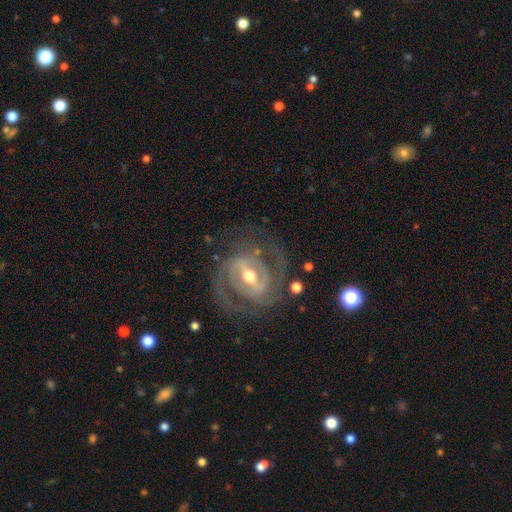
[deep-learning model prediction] smooth-or-featured: featured or disk: 81% | star or artifact: 11% | smooth: 8%
  disk-edge-on: no: 95% | yes: 5%
    bar: weak: 41% | strong: 38% | no: 21%
    has-spiral-arms: yes: 91% | no: 9%
      spiral-winding: tight: 55% | medium: 35% | loose: 10%
      spiral-arm-count: 2: 43% | can't tell: 27% | 3: 14% | 4: 6% | 1: 5% | more than 4: 5%
    bulge-size: small: 55% | moderate: 41% | large: 2% | none: 1% | dominant: 1%
  merging: none: 75% | minor disturbance: 13% | major disturbance: 9% | merger: 2%